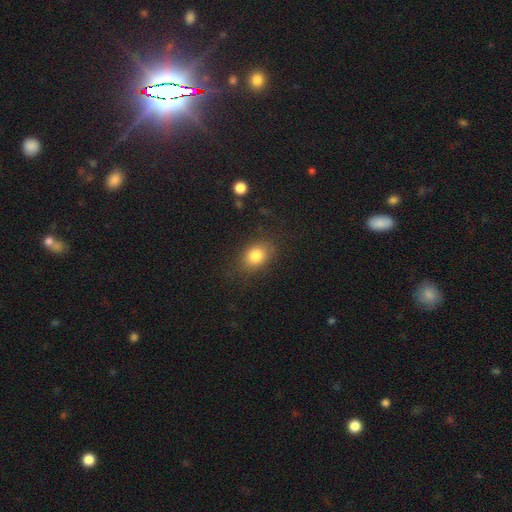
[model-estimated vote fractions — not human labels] smooth-or-featured: smooth: 81% | star or artifact: 10% | featured or disk: 9%
  how-rounded: in between: 64% | round: 35% | cigar-shaped: 1%
  merging: none: 77% | minor disturbance: 16% | major disturbance: 6% | merger: 1%